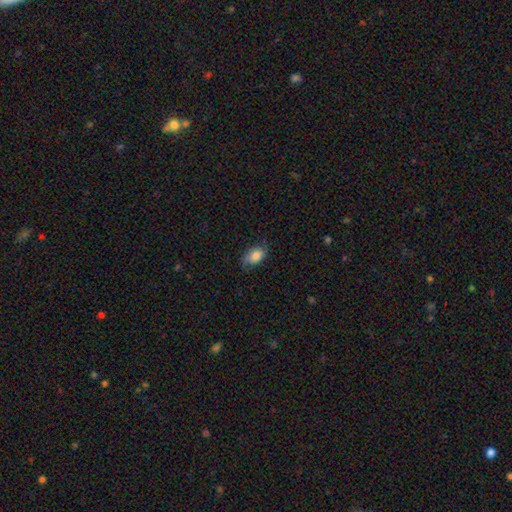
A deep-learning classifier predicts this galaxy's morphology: A smooth galaxy with no disk features (79%) that is in between round and cigar-shaped (88%). Merging: none (69%).